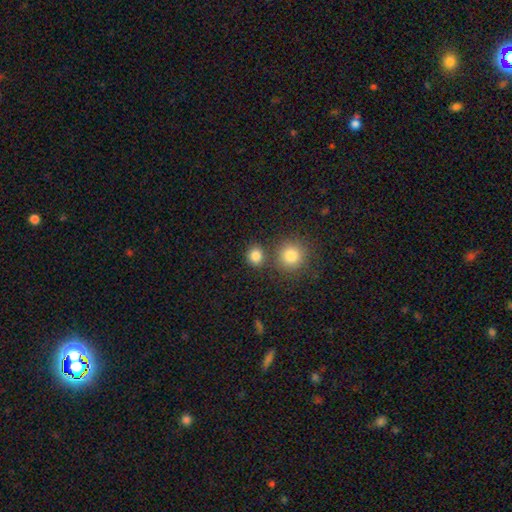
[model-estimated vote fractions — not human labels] Smooth or featured? Predicted: smooth (p=0.83). How rounded? Predicted: round (p=0.82). Merging? Predicted: none (p=0.75).